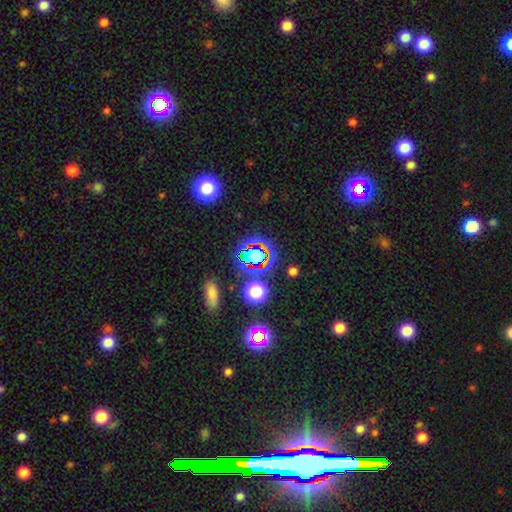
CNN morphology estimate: Overall: star or artifact (61%; smooth 26%).